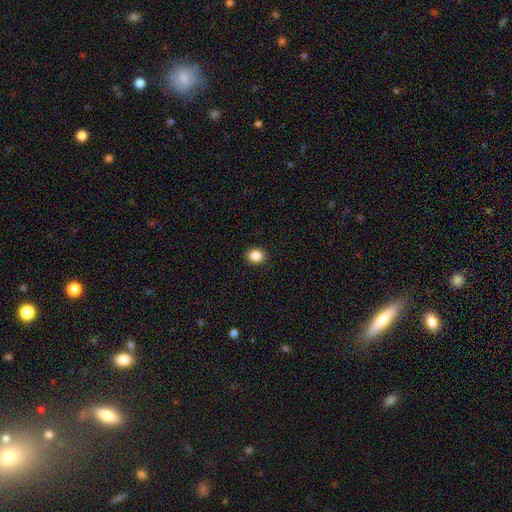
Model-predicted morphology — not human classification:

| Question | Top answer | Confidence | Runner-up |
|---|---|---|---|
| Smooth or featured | smooth | 87% | star or artifact (10%) |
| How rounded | round | 59% | in between (40%) |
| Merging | none | 91% | minor disturbance (6%) |